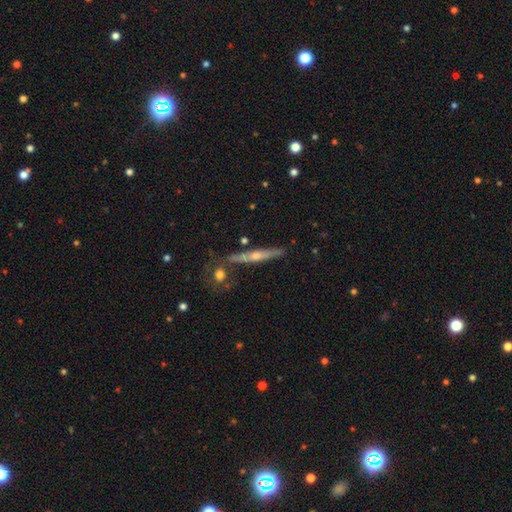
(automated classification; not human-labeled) A featured or disk galaxy (68%) viewed edge-on (95%) with a rounded central bulge (81%). Merging: none (80%).